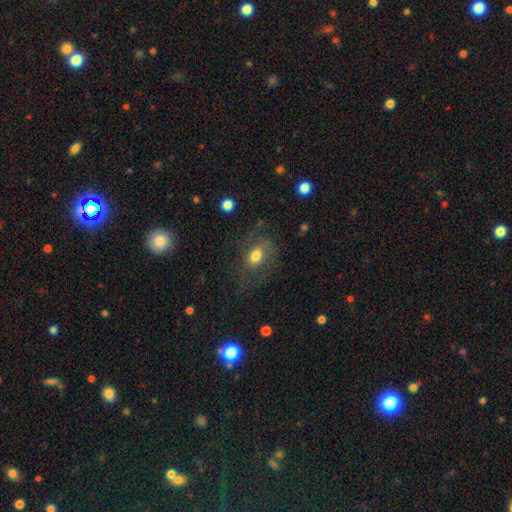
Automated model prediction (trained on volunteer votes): Overall: smooth (60%; featured or disk 29%). How rounded: in between (71%). Merging: none (58%; minor disturbance 21%).